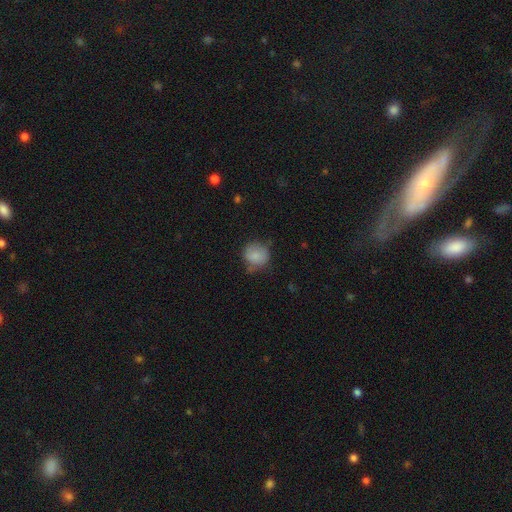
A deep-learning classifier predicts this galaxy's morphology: smooth_or_featured: smooth (p=0.80) [alt: featured or disk p=0.12]
how_rounded: round (p=0.82) [alt: in between p=0.17]
merging: none (p=0.58) [alt: minor disturbance p=0.30]